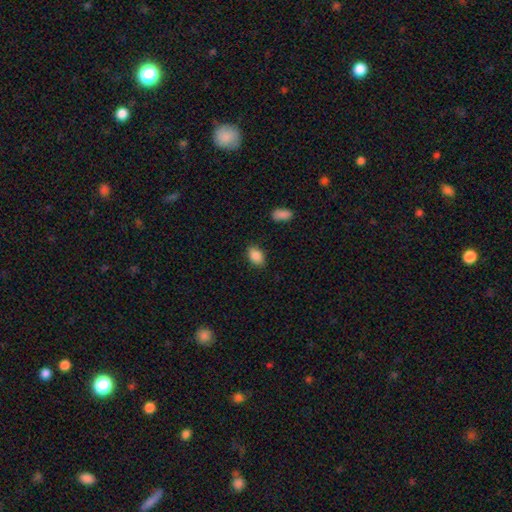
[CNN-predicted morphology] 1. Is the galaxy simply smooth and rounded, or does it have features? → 87% smooth, 7% star or artifact, 5% featured or disk.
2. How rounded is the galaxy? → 87% in between, 11% round, 1% cigar-shaped.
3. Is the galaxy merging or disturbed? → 85% none, 11% minor disturbance, 3% major disturbance, 2% merger.